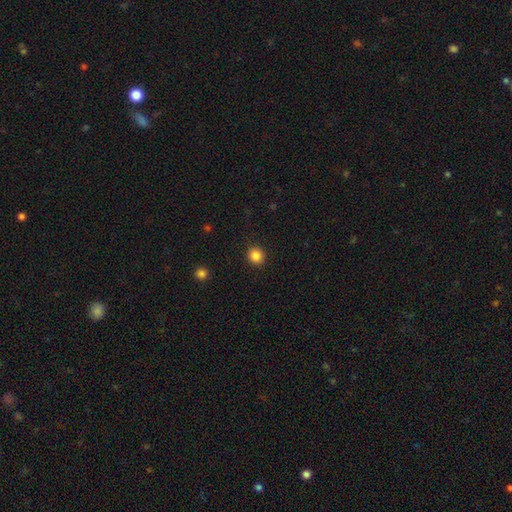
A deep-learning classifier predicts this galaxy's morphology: smooth_or_featured: smooth (p=0.86) [alt: star or artifact p=0.10]
how_rounded: round (p=0.85) [alt: in between p=0.14]
merging: none (p=0.91) [alt: minor disturbance p=0.06]